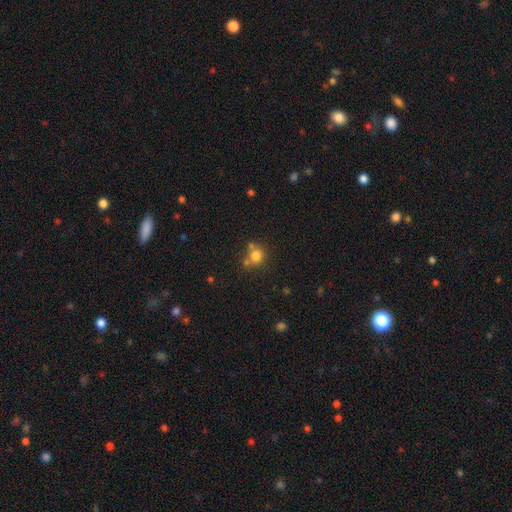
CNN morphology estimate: The model was most divided on "merging": none: 55%, merger: 29%, minor disturbance: 12%, major disturbance: 5%. More confident: how rounded — round (84%); smooth or featured — smooth (76%).